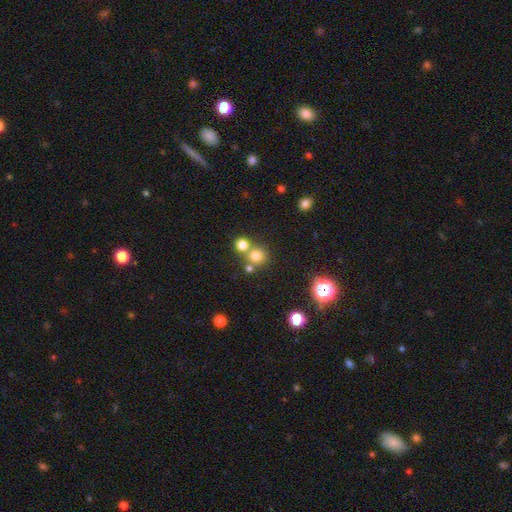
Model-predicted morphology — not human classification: smooth-or-featured: smooth: 72% | star or artifact: 20% | featured or disk: 8%
  how-rounded: round: 91% | in between: 9% | cigar-shaped: 1%
  merging: none: 64% | merger: 26% | minor disturbance: 7% | major disturbance: 3%